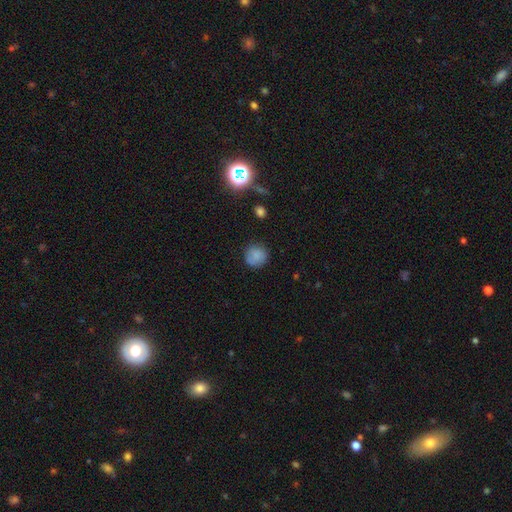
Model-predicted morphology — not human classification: A smooth galaxy with no disk features (81%) that is round (92%).

Vote fractions:
- Smooth or featured? smooth: 81% / star or artifact: 10% / featured or disk: 9%
- How rounded? round: 92% / in between: 7% / cigar-shaped: 1%
- Merging? none: 81% / minor disturbance: 14% / major disturbance: 4% / merger: 2%